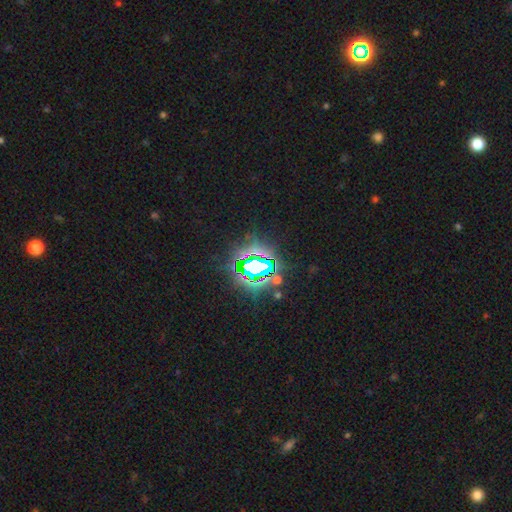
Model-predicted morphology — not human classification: The model was most divided on "smooth or featured": star or artifact: 80%, smooth: 11%, featured or disk: 9%.